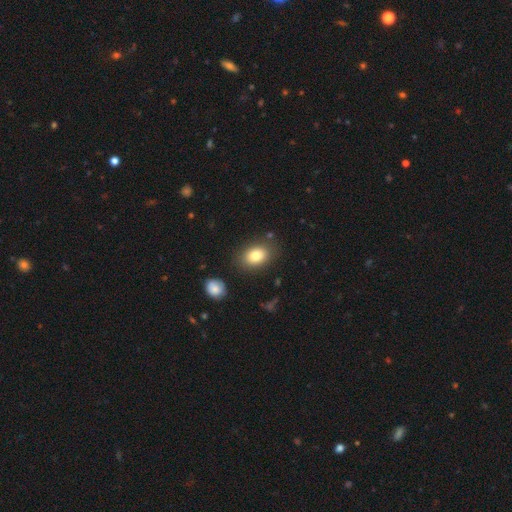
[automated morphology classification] Smooth or featured: smooth — 82% (featured or disk — 10%)
How rounded: in between — 80% (round — 19%)
Merging: none — 81% (minor disturbance — 11%)